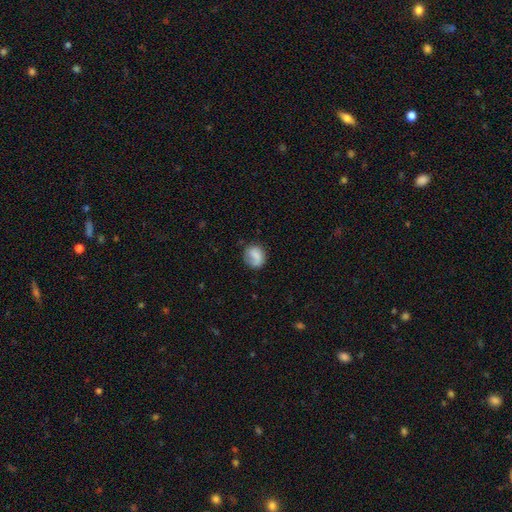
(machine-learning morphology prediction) Smooth or featured? Predicted: smooth (p=0.71). How rounded? Predicted: round (p=0.71). Merging? Predicted: none (p=0.61).